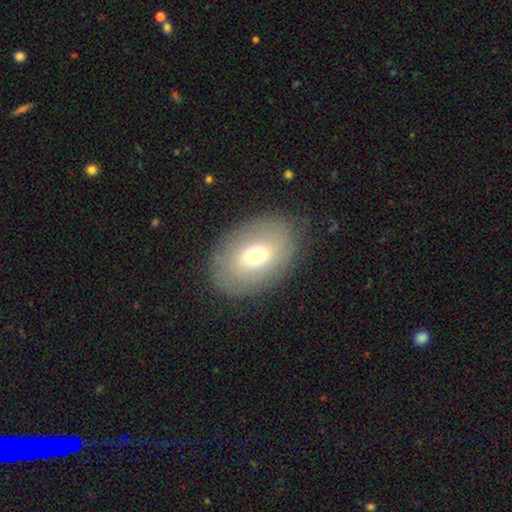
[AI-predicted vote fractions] Smooth or featured? Predicted: smooth (p=0.61). How rounded? Predicted: in between (p=0.81). Merging? Predicted: none (p=0.82).